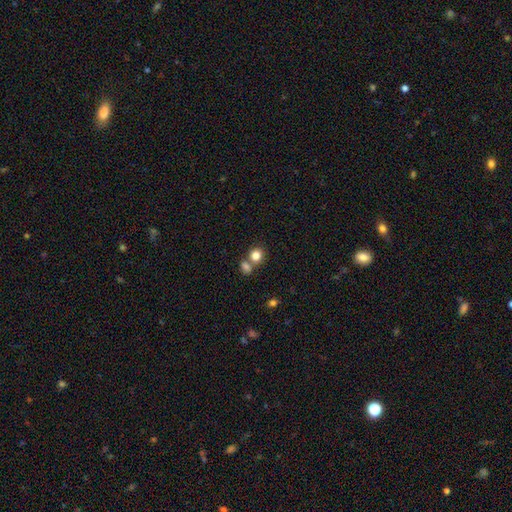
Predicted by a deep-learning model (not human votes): Smooth or featured: smooth — 82% (star or artifact — 11%)
How rounded: round — 77% (in between — 22%)
Merging: none — 50% (merger — 38%)